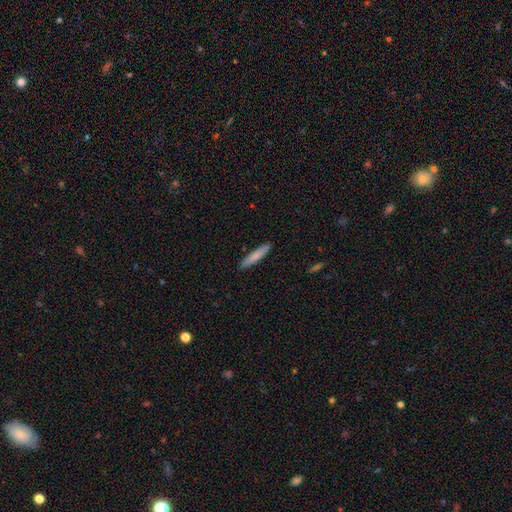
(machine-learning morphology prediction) Smooth or featured? Predicted: smooth (p=0.78). How rounded? Predicted: cigar-shaped (p=0.92). Merging? Predicted: none (p=0.91).